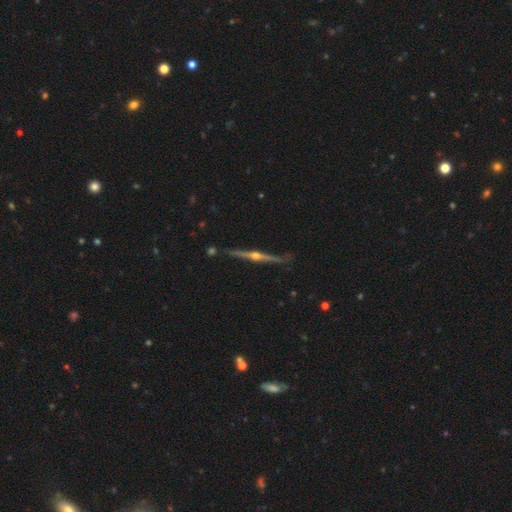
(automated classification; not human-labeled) smooth_or_featured: featured or disk (p=0.87) [alt: smooth p=0.08]
disk_edge_on: yes (p=0.98) [alt: no p=0.02]
edge_on_bulge: rounded (p=0.95) [alt: none p=0.03]
merging: none (p=0.85) [alt: minor disturbance p=0.11]